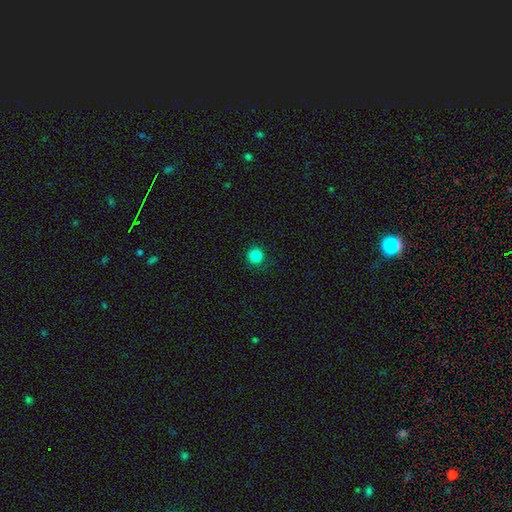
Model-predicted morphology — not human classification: A smooth galaxy with no disk features (85%) that is round (95%). Merging: none (89%).